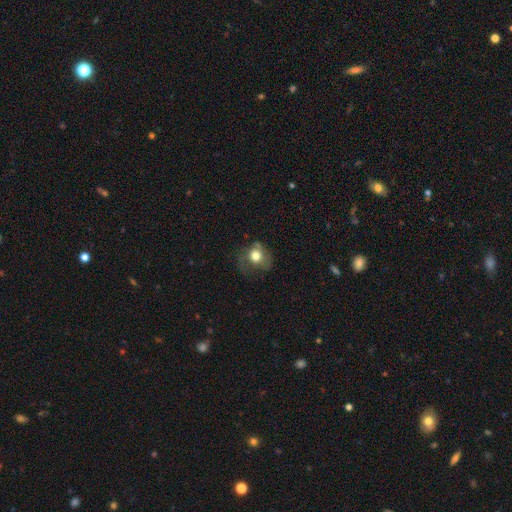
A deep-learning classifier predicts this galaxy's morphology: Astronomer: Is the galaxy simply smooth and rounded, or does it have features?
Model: smooth — 68%.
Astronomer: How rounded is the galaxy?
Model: round — 68%.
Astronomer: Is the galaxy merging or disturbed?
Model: none — 43% (runner-up: minor disturbance, 28%).